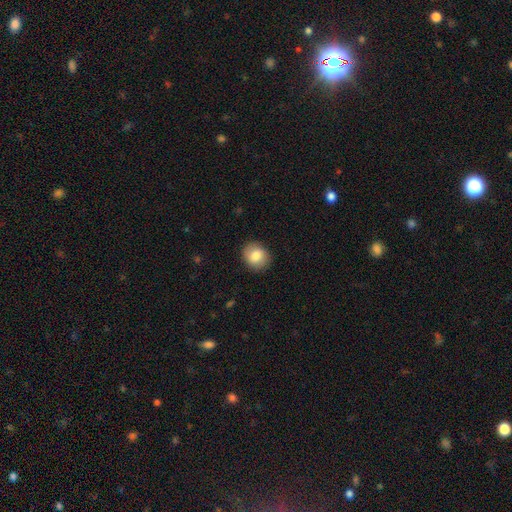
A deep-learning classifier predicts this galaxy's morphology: This is clearly a smooth galaxy (82%). How rounded: likely round (69%). Merging: clearly none (88%).